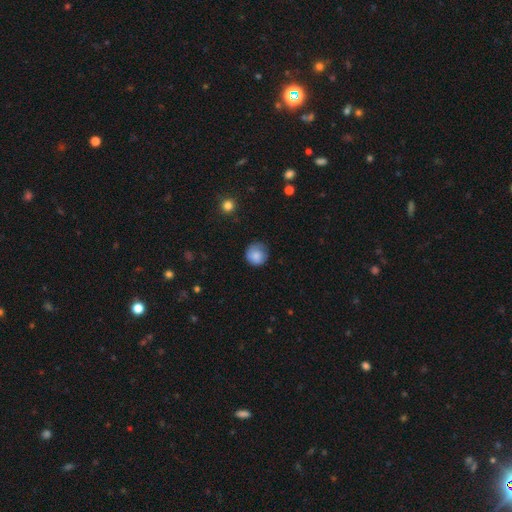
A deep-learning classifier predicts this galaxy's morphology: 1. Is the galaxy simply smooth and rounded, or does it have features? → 83% smooth, 9% featured or disk, 8% star or artifact.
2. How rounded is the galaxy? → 90% round, 9% in between, 1% cigar-shaped.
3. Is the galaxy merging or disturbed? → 70% none, 23% minor disturbance, 6% major disturbance, 1% merger.